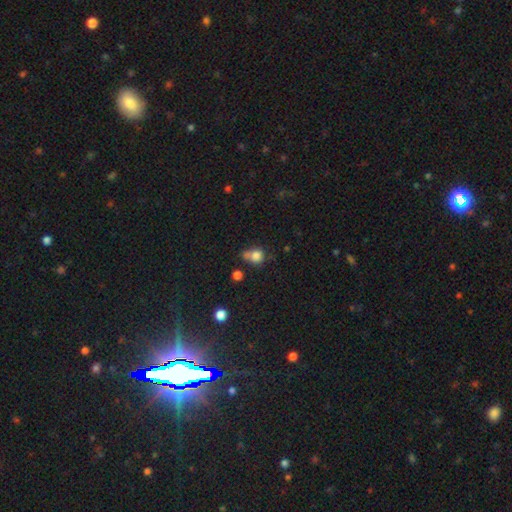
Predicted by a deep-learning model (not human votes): smooth-or-featured: smooth: 79% | star or artifact: 12% | featured or disk: 9%
  how-rounded: round: 73% | in between: 25% | cigar-shaped: 1%
  merging: none: 41% | merger: 25% | minor disturbance: 23% | major disturbance: 10%